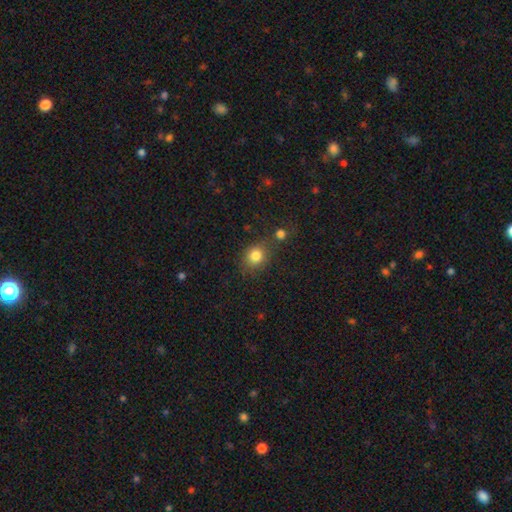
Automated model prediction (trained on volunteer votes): The model was most divided on "how rounded": round: 74%, in between: 25%, cigar-shaped: 1%. More confident: smooth or featured — smooth (81%); merging — none (66%).